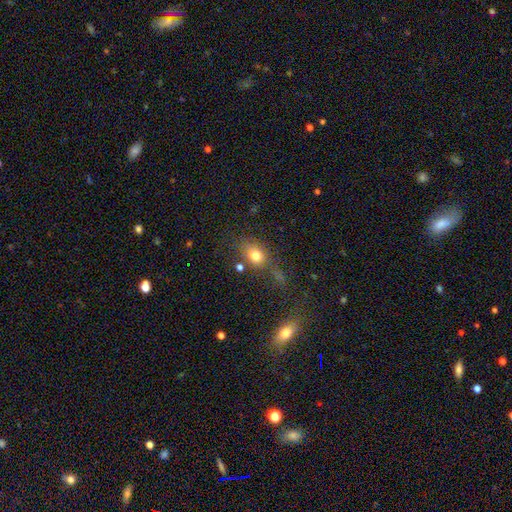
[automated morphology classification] Q: Smooth or featured?
A: smooth (75%); runner-up: star or artifact (15%)
Q: How rounded?
A: in between (56%); runner-up: round (41%)
Q: Merging?
A: none (60%); runner-up: minor disturbance (18%)